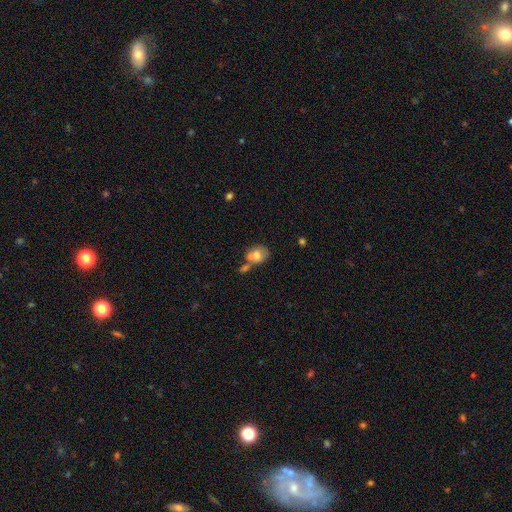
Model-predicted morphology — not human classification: Smooth or featured? Predicted: smooth (p=0.66). How rounded? Predicted: in between (p=0.50). Merging? Predicted: merger (p=0.47).